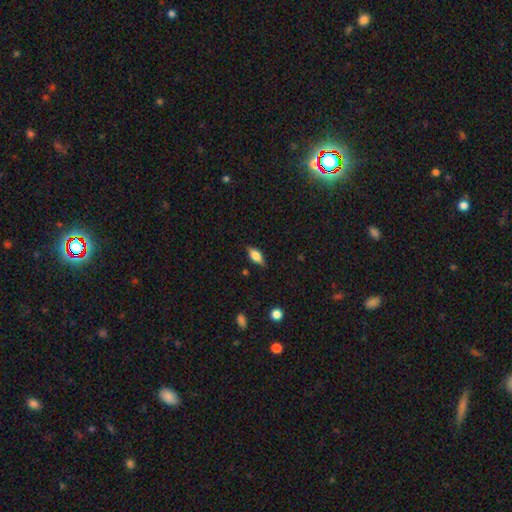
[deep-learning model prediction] Smooth or featured? smooth (64%)
How rounded? in between (80%)
Merging? none (81%)